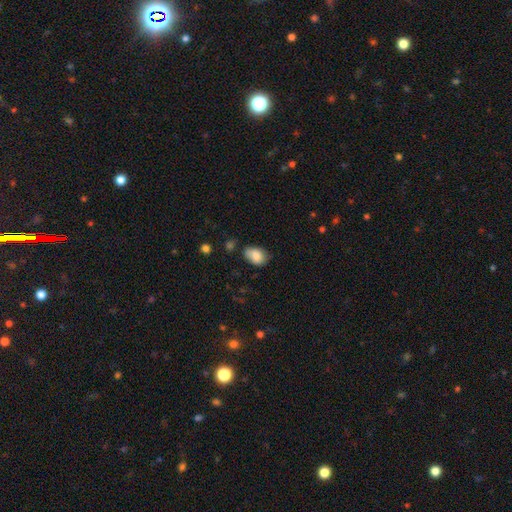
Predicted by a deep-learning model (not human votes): smooth_or_featured: smooth (p=0.83) [alt: featured or disk p=0.09]
how_rounded: in between (p=0.80) [alt: round p=0.19]
merging: none (p=0.58) [alt: minor disturbance p=0.31]